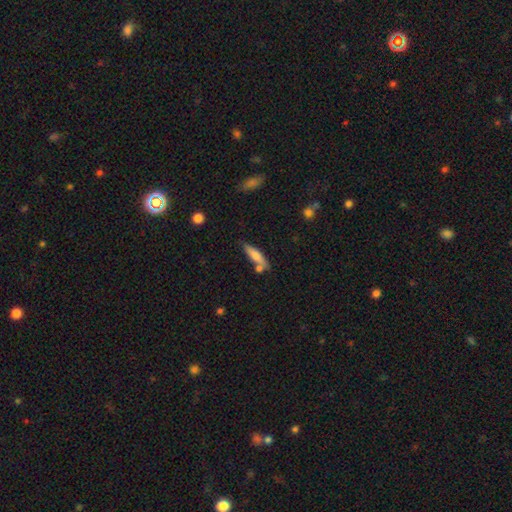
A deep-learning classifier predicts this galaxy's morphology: This appears to be a smooth galaxy with no disk features (73%) that is cigar-shaped (71%). Merging: none (66%).